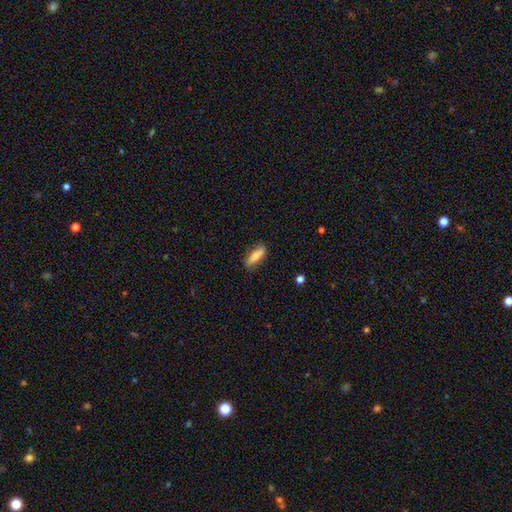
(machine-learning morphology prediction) Q: Smooth or featured?
A: smooth (70%); runner-up: featured or disk (23%)
Q: How rounded?
A: cigar-shaped (50%); runner-up: in between (48%)
Q: Merging?
A: none (83%); runner-up: minor disturbance (13%)